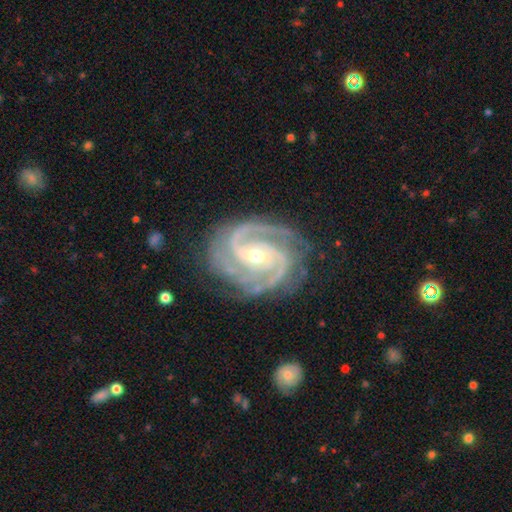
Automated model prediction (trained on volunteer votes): This is clearly a featured or disk galaxy (94%). It is clearly not viewed edge-on (98%). Bar: marginally no (42%). Spiral arm pattern: clearly yes (99%). Spiral arm count: marginally 3 (41%). Spiral winding: likely tight (61%). Central bulge: possibly small (54%). Merging: likely none (78%).